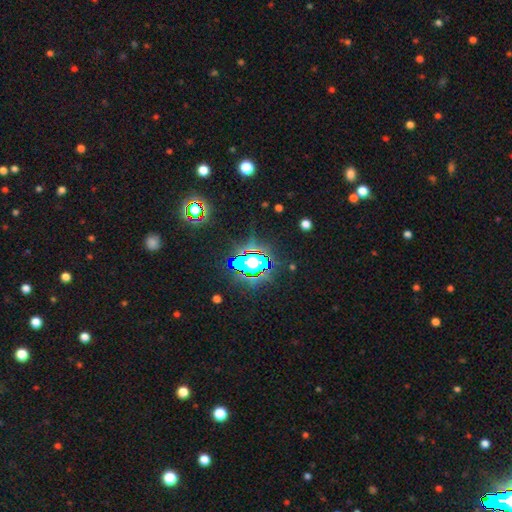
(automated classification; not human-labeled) This is clearly a star or artifact rather than a galaxy (82%).